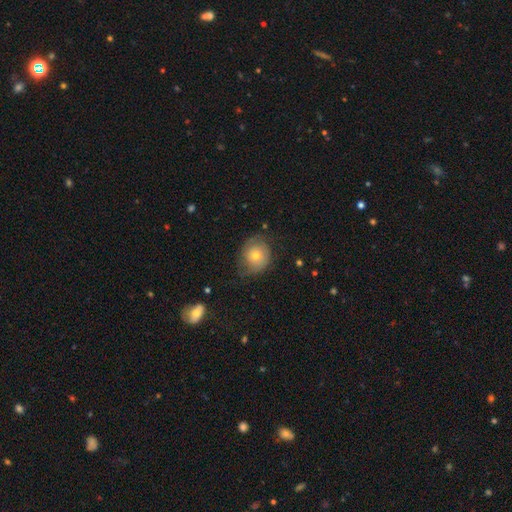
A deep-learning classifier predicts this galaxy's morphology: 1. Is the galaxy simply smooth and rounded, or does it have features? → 47% smooth, 43% featured or disk, 10% star or artifact.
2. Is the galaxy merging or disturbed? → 60% none, 25% minor disturbance, 13% major disturbance, 2% merger.